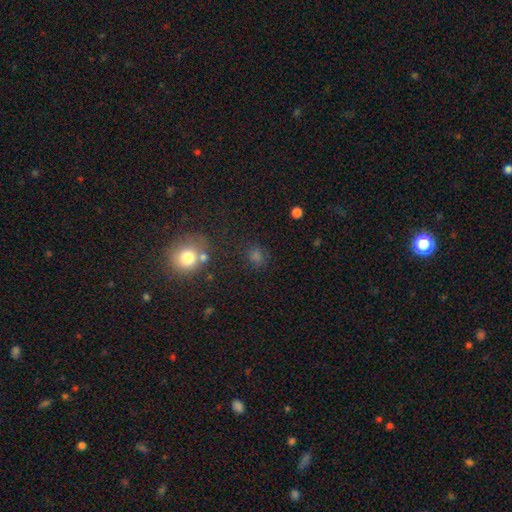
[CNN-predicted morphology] This appears to be a smooth galaxy with no disk features (65%) that is round (79%). Merging: none (76%).